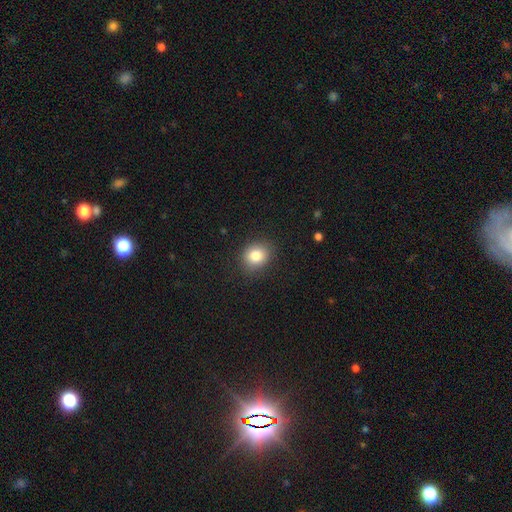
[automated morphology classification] This appears to be a smooth galaxy with no disk features (82%) that is round (69%). Merging: none (87%).